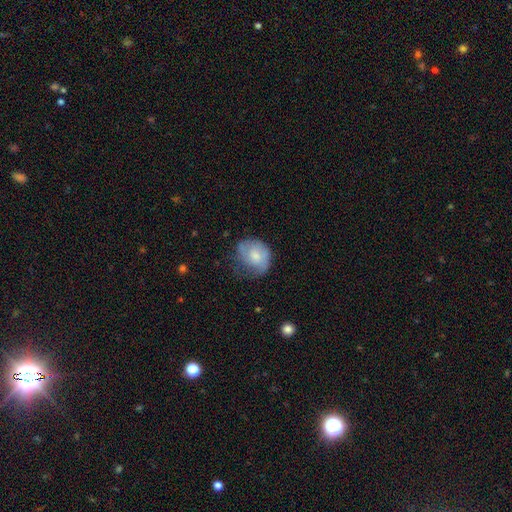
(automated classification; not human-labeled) This is possibly a smooth galaxy (53%). How rounded: likely round (63%). Merging: possibly none (47%).